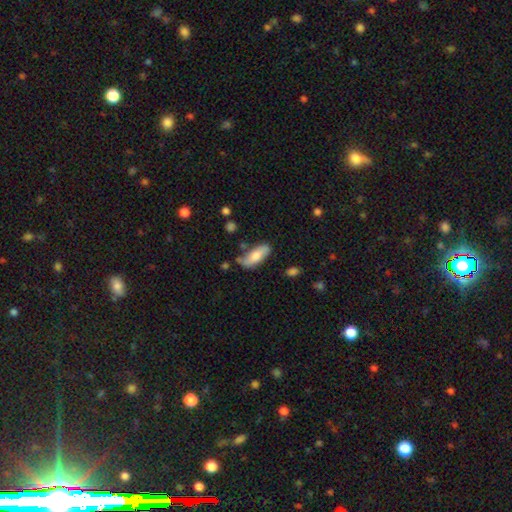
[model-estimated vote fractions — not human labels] This appears to be a smooth galaxy with no disk features (69%) that is in between round and cigar-shaped (76%). Merging: none (61%).